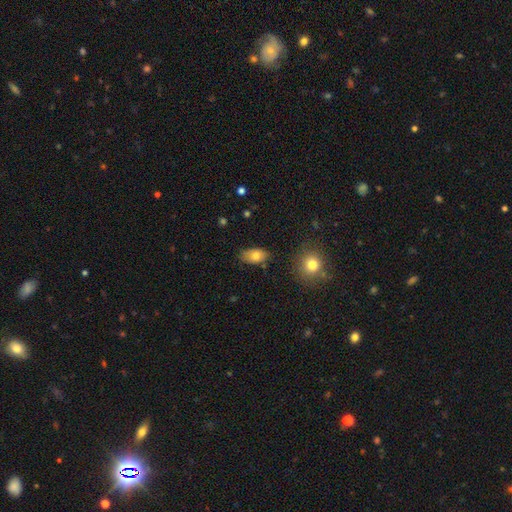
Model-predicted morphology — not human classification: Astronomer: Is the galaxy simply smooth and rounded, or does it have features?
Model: smooth — 78%.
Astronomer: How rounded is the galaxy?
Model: in between — 89%.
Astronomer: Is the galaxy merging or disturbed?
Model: none — 74%.